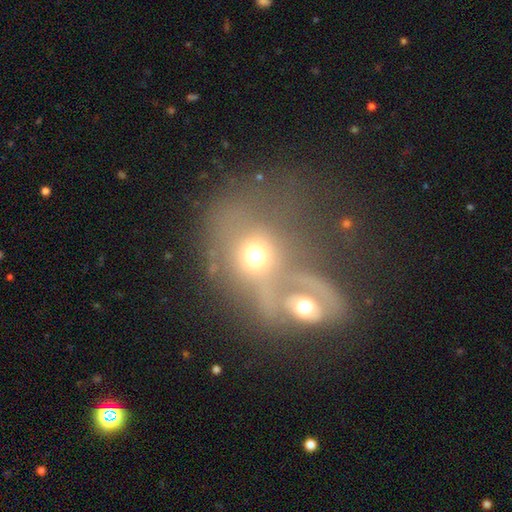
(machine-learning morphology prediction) Overall: smooth (54%; featured or disk 33%). How rounded: round (63%; in between 36%). Merging: merger (70%).